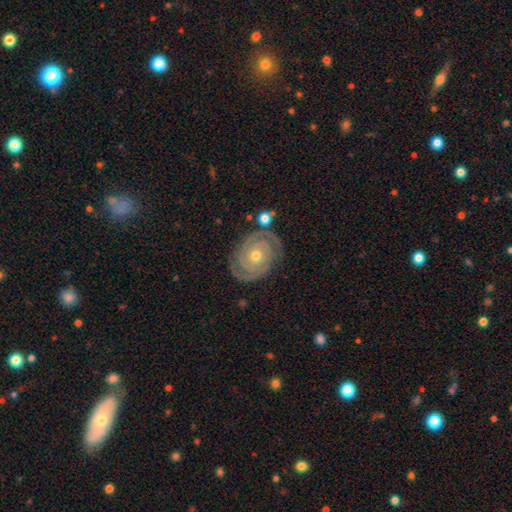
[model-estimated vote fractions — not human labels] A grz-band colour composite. It shows a featured or disk galaxy (90%) with no bar (81%), 2 (80%) tight (85%) spiral arms (98%) and a moderate central bulge (57%). Merging: none (83%).